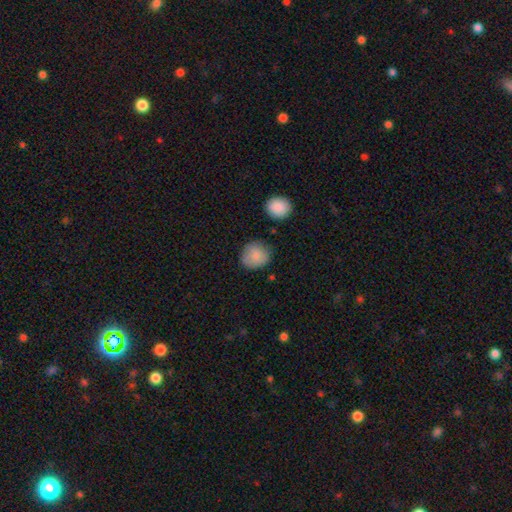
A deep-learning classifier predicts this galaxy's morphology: A smooth galaxy with no disk features (86%) that is round (87%).

Vote fractions:
- Smooth or featured? smooth: 86% / featured or disk: 7% / star or artifact: 7%
- How rounded? round: 87% / in between: 12% / cigar-shaped: 1%
- Merging? none: 75% / minor disturbance: 17% / major disturbance: 4% / merger: 3%